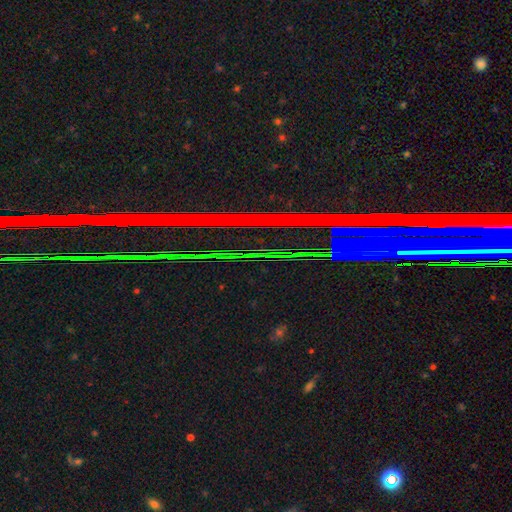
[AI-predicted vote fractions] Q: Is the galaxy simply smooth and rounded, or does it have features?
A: star or artifact — 76%.